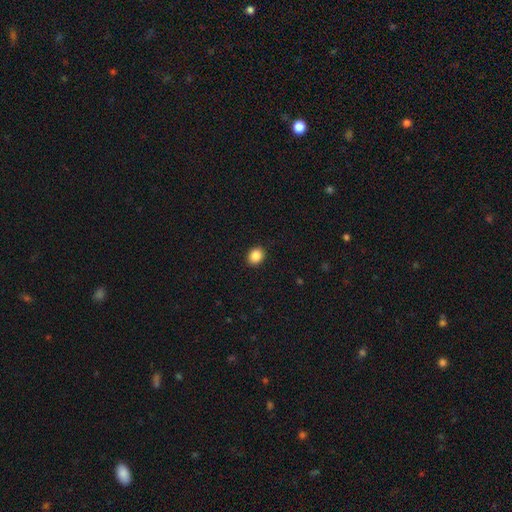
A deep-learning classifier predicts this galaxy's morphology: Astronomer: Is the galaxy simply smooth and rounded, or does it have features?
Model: smooth — 87%.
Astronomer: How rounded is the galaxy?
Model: round — 54% (runner-up: in between, 45%).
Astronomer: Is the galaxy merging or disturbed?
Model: none — 91%.